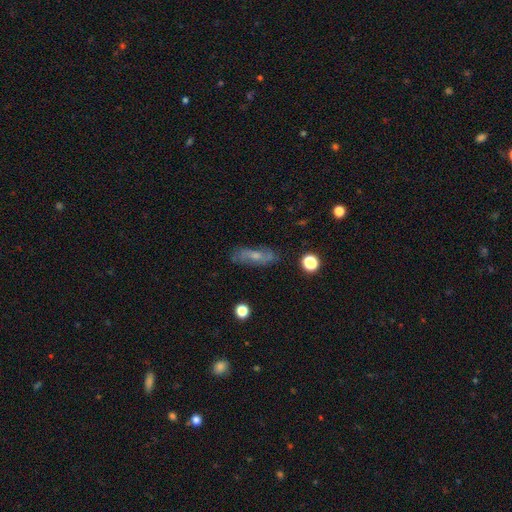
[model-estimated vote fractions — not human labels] smooth_or_featured: featured or disk (p=0.48) [alt: smooth p=0.41]
merging: none (p=0.76) [alt: minor disturbance p=0.17]